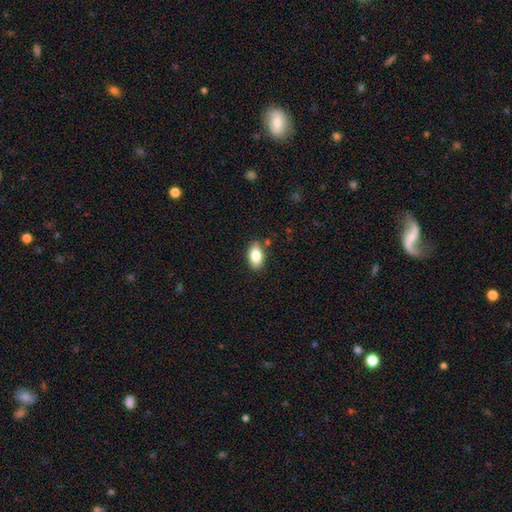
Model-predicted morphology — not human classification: Smooth or featured: smooth — 82% (featured or disk — 11%)
How rounded: in between — 91% (round — 6%)
Merging: none — 84% (minor disturbance — 11%)